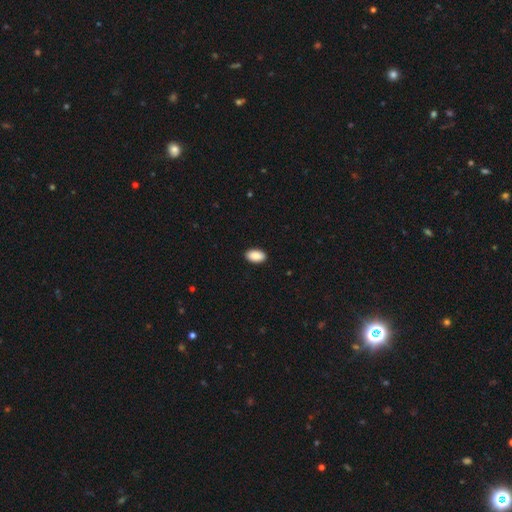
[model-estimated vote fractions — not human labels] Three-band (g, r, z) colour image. It shows a smooth galaxy with no disk features (91%) that is in between round and cigar-shaped (95%). Merging: none (91%).